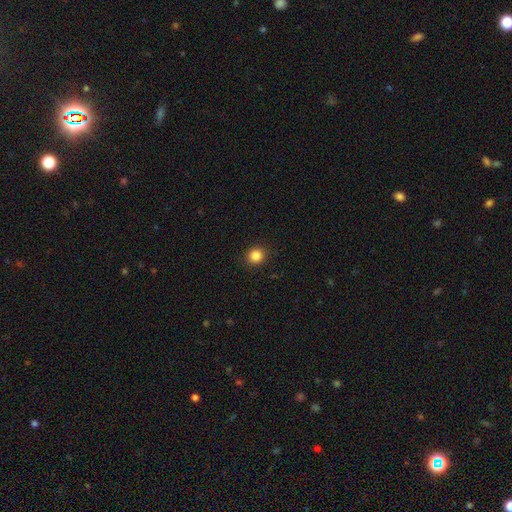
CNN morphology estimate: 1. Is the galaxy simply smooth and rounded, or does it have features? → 85% smooth, 11% star or artifact, 4% featured or disk.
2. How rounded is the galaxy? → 86% round, 13% in between, 1% cigar-shaped.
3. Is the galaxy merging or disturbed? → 91% none, 6% minor disturbance, 2% major disturbance, 1% merger.